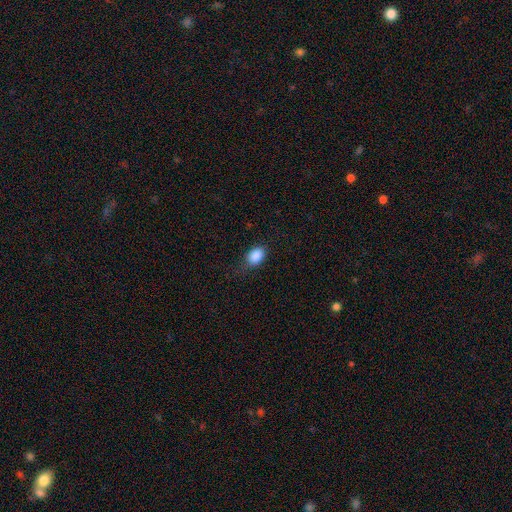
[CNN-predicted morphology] This is clearly a smooth galaxy (88%). How rounded: clearly in between (81%). Merging: likely none (69%).